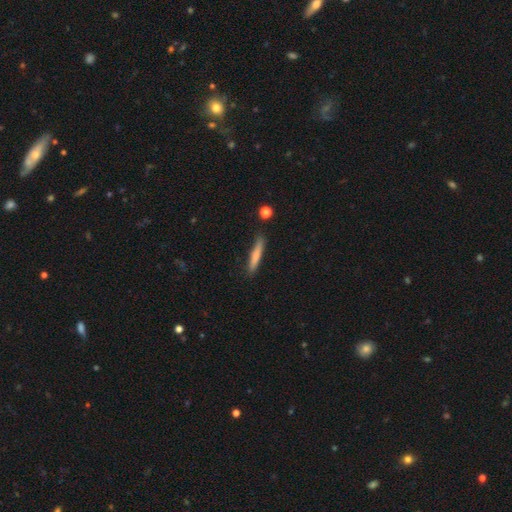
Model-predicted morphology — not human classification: This appears to be a smooth galaxy with no disk features (72%) that is cigar-shaped (93%). Merging: none (82%).